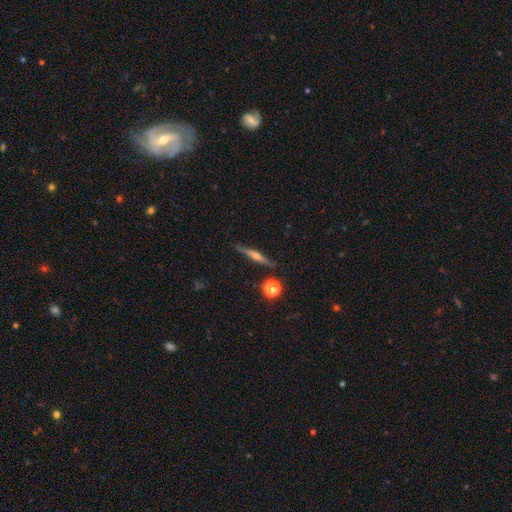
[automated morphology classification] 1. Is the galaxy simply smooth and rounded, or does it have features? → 62% featured or disk, 29% smooth, 8% star or artifact.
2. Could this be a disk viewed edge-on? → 97% yes, 3% no.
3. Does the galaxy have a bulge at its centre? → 78% rounded, 14% none, 8% boxy.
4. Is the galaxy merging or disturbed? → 86% none, 10% minor disturbance, 2% merger, 2% major disturbance.